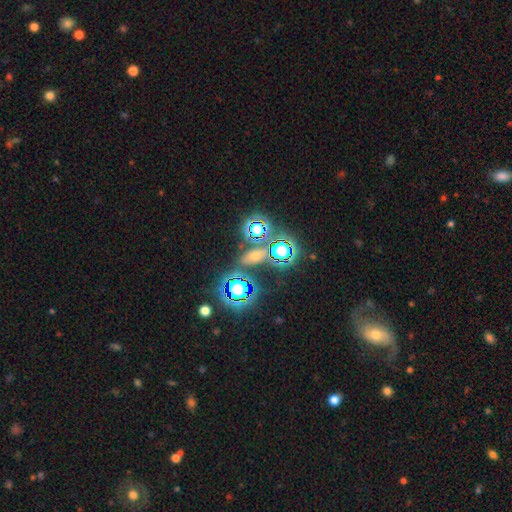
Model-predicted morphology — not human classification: Smooth or featured: star or artifact — 62% (smooth — 23%)